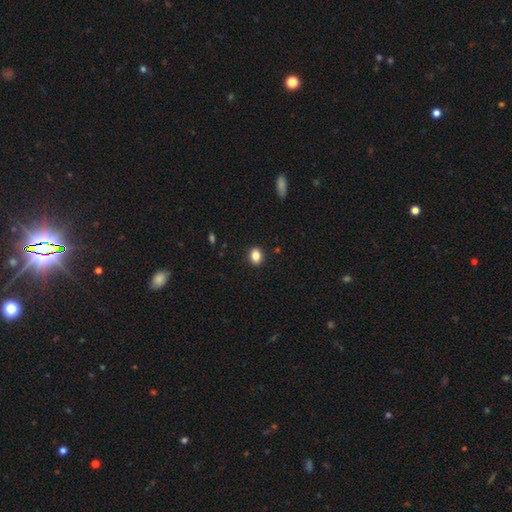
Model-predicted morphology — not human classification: This appears to be a smooth galaxy with no disk features (85%) that is in between round and cigar-shaped (56%). Merging: none (90%).